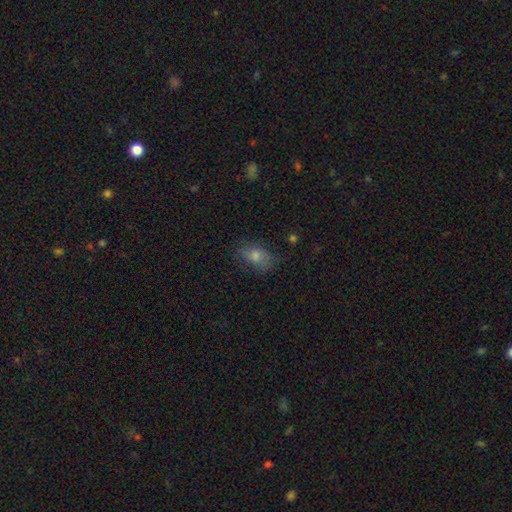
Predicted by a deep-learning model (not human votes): Smooth or featured? smooth (67%)
How rounded? in between (79%)
Merging? none (71%)